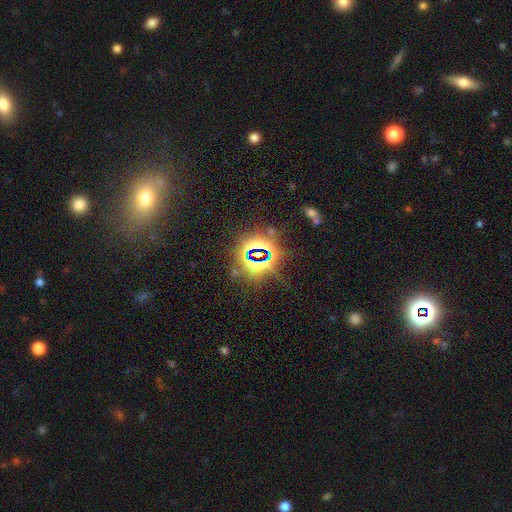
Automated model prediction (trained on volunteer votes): smooth_or_featured: star or artifact (p=0.81) [alt: smooth p=0.11]